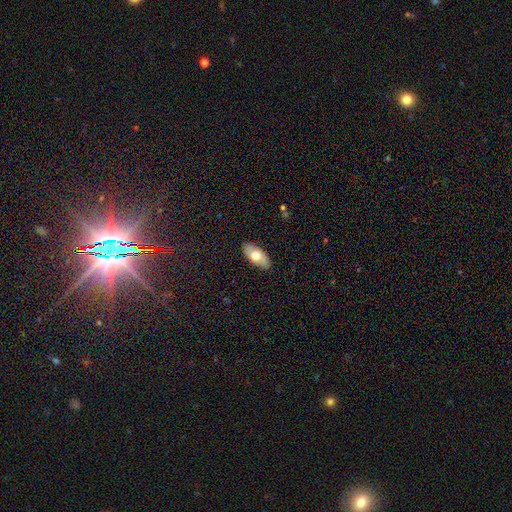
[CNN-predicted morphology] The model was most divided on "smooth or featured": smooth: 63%, featured or disk: 32%, star or artifact: 6%. More confident: how rounded — in between (93%); merging — none (87%).